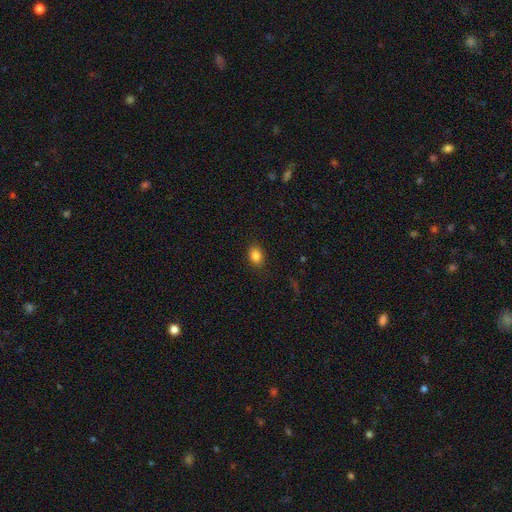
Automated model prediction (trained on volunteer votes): Smooth or featured? smooth (85%)
How rounded? in between (69%)
Merging? none (86%)